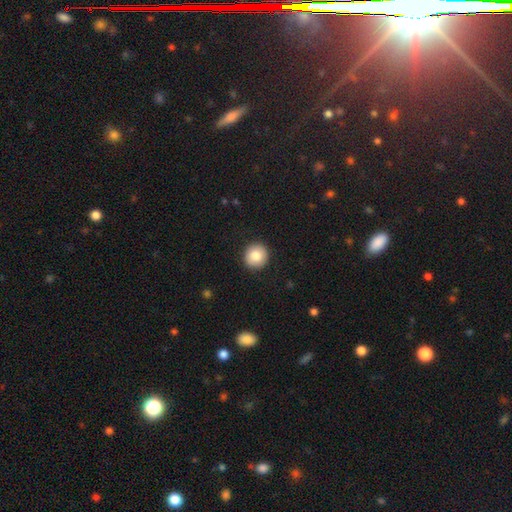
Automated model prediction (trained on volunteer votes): Smooth or featured? Predicted: smooth (p=0.84). How rounded? Predicted: round (p=0.93). Merging? Predicted: none (p=0.92).